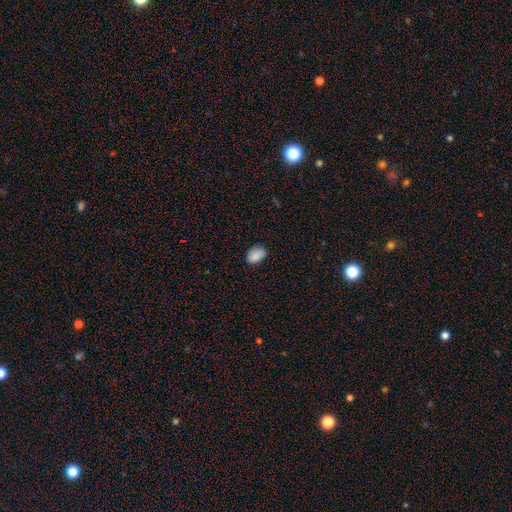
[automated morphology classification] Smooth or featured? Predicted: smooth (p=0.84). How rounded? Predicted: in between (p=0.74). Merging? Predicted: none (p=0.74).